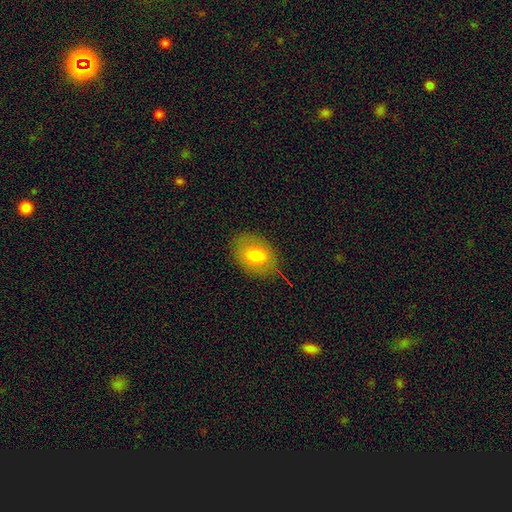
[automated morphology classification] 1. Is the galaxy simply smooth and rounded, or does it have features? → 71% smooth, 20% featured or disk, 9% star or artifact.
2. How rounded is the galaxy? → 71% in between, 28% round, 1% cigar-shaped.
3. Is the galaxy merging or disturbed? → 83% none, 11% minor disturbance, 4% major disturbance, 1% merger.